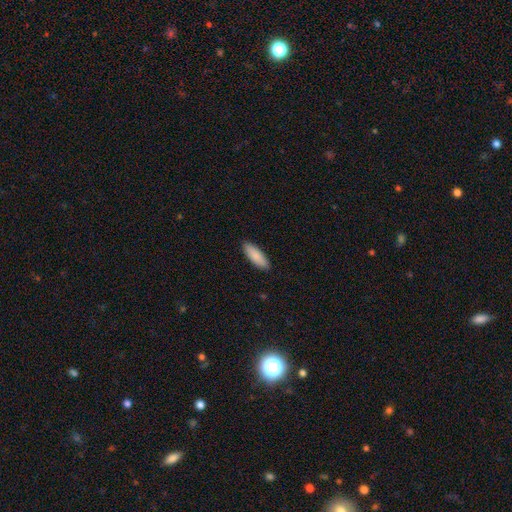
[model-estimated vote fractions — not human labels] Smooth or featured? Predicted: smooth (p=0.89). How rounded? Predicted: in between (p=0.61). Merging? Predicted: none (p=0.89).